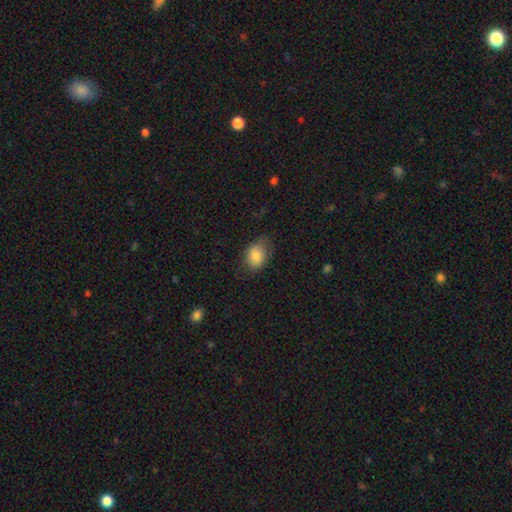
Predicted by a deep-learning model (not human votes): Q: Smooth or featured?
A: smooth (82%); runner-up: featured or disk (10%)
Q: How rounded?
A: in between (70%); runner-up: round (29%)
Q: Merging?
A: none (67%); runner-up: minor disturbance (24%)